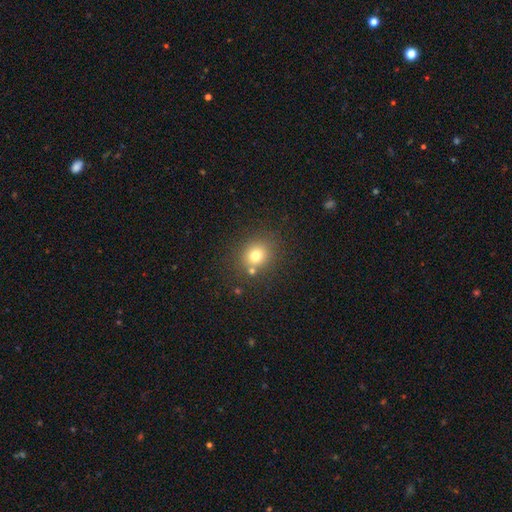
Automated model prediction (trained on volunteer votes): This is likely a smooth galaxy (75%). How rounded: likely round (79%). Merging: likely none (76%).